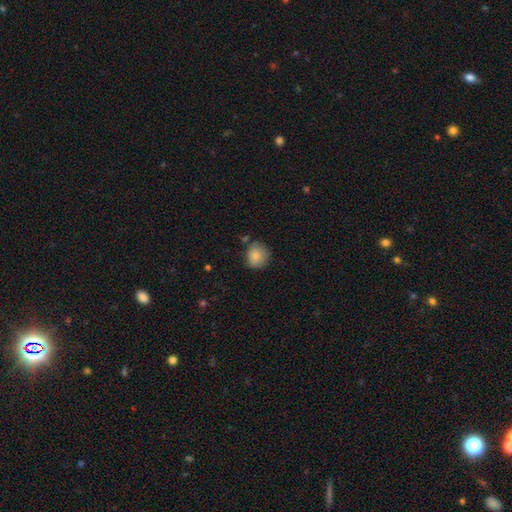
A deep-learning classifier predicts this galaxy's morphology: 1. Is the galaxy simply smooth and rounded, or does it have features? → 86% smooth, 8% star or artifact, 7% featured or disk.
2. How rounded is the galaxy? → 82% round, 17% in between, 1% cigar-shaped.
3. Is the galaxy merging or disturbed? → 71% none, 21% minor disturbance, 4% major disturbance, 4% merger.